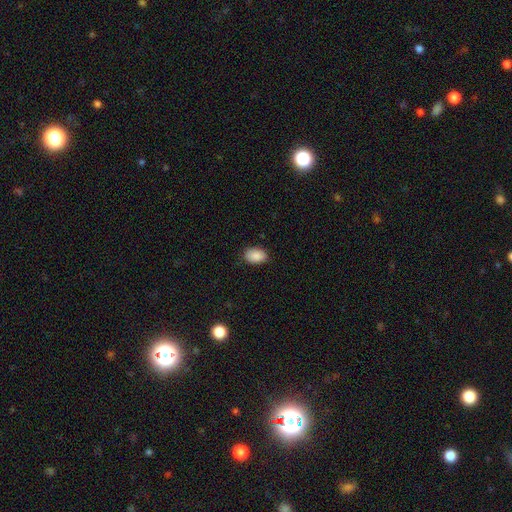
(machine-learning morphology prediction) Smooth or featured? smooth (89%)
How rounded? in between (87%)
Merging? none (85%)